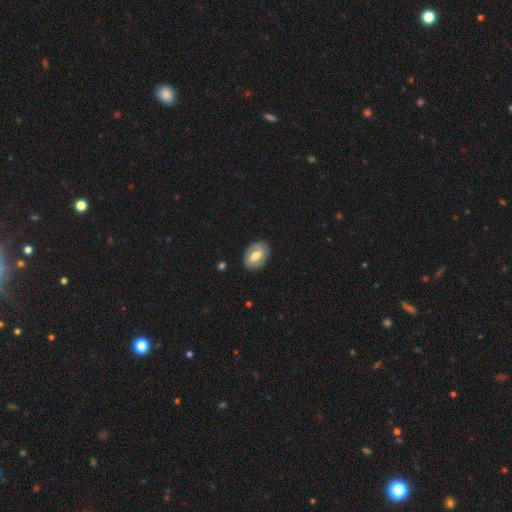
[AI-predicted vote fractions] This is possibly a featured or disk galaxy (56%). It is clearly not viewed edge-on (95%). Bar: possibly weak (48%). Spiral arm pattern: likely yes (67%). Central bulge: likely moderate (68%). Merging: clearly none (84%).